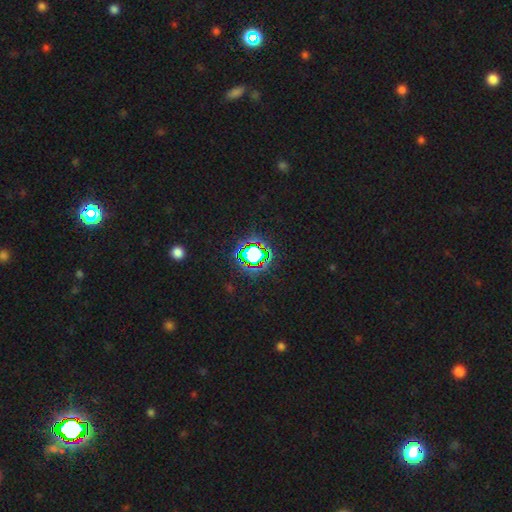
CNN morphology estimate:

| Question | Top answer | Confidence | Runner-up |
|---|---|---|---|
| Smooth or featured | star or artifact | 73% | smooth (17%) |